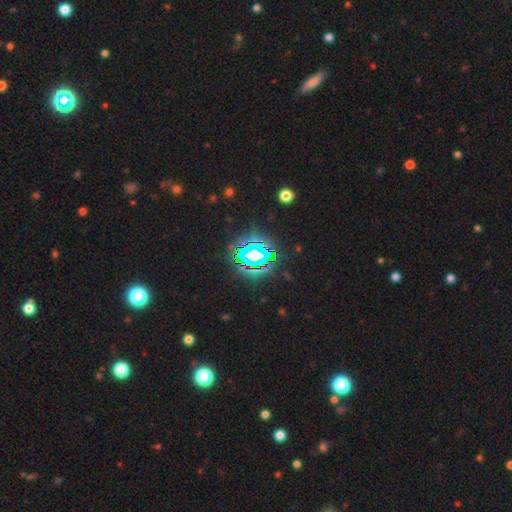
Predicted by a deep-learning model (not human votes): star or artifact 72%, smooth 15%, featured or disk 12%.